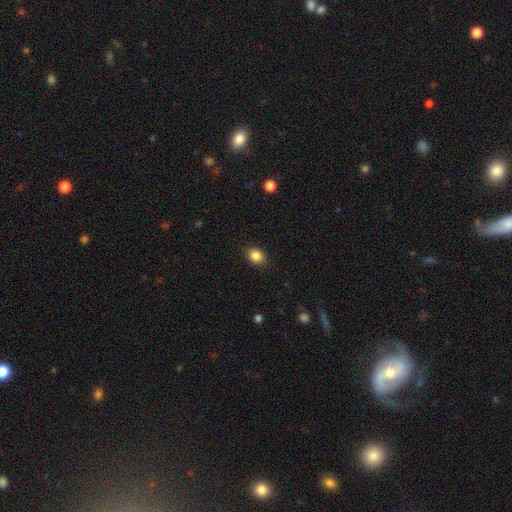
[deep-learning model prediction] The model was most divided on "how rounded": in between: 54%, round: 45%, cigar-shaped: 1%. More confident: merging — none (88%); smooth or featured — smooth (86%).